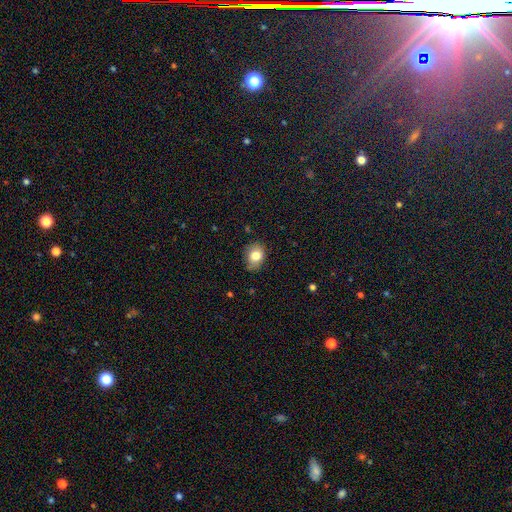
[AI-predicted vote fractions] Overall: smooth (81%). How rounded: in between (51%; round 48%). Merging: none (72%).